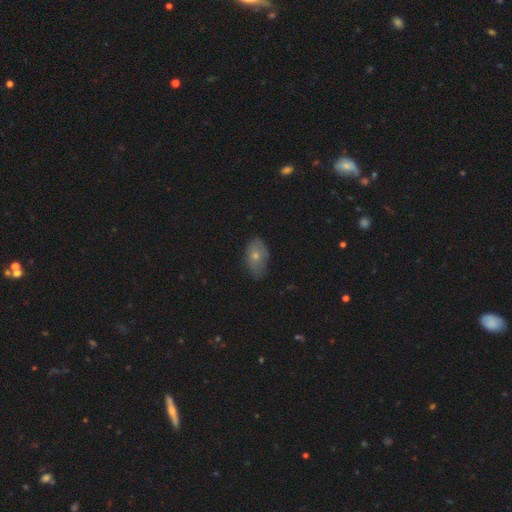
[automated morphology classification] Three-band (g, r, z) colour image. It shows a smooth galaxy with no disk features (68%) that is in between round and cigar-shaped (87%). Merging: none (65%).